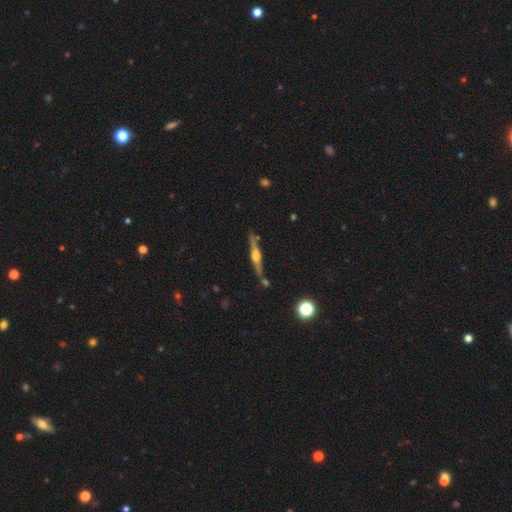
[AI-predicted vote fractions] Smooth or featured? featured or disk (74%)
Edge-on disk? yes (97%)
Edge-on bulge? rounded (91%)
Merging? none (78%)